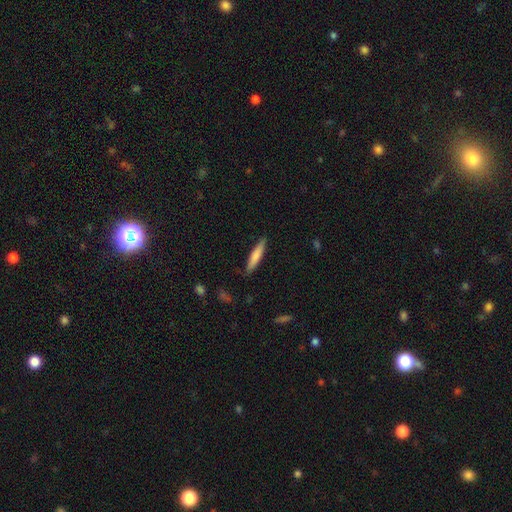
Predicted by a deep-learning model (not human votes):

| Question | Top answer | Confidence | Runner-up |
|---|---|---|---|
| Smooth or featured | smooth | 75% | featured or disk (20%) |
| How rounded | cigar-shaped | 88% | in between (10%) |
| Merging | none | 85% | minor disturbance (11%) |